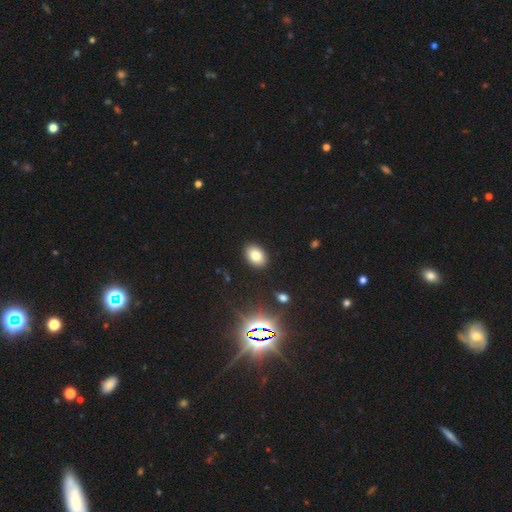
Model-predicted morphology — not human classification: smooth-or-featured: smooth: 79% | star or artifact: 13% | featured or disk: 9%
  how-rounded: in between: 79% | round: 19% | cigar-shaped: 1%
  merging: none: 90% | minor disturbance: 7% | major disturbance: 2% | merger: 1%